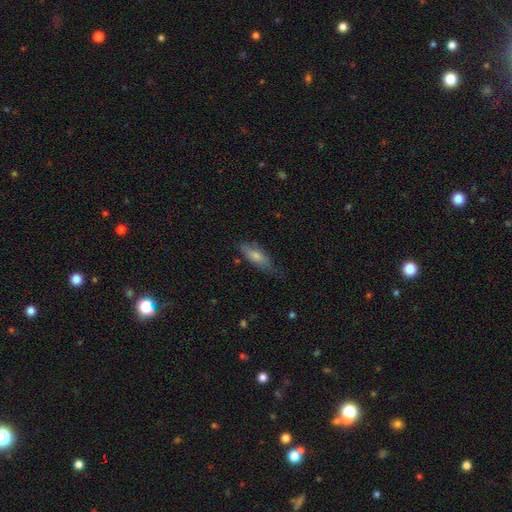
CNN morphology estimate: Overall: smooth (59%; featured or disk 32%). How rounded: cigar-shaped (50%; in between 48%). Merging: none (64%; minor disturbance 27%).